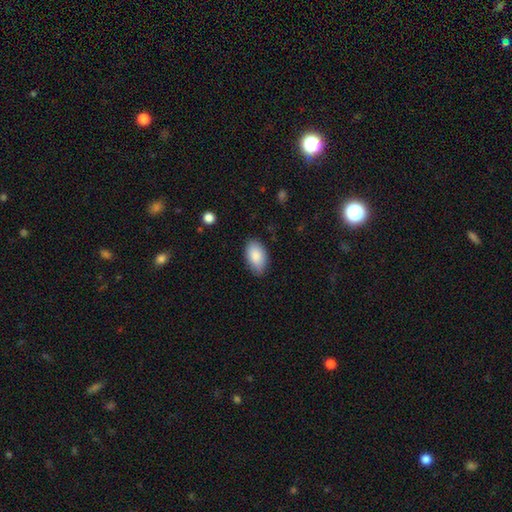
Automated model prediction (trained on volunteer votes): Morphology: type=smooth (87%); roundness=in between (94%); merging=none (80%).